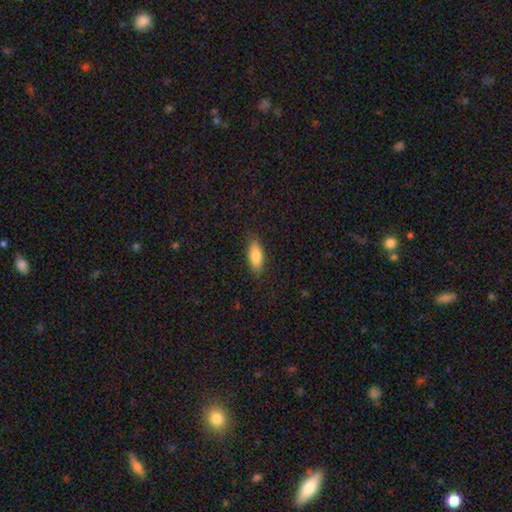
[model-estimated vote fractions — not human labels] smooth-or-featured: smooth: 84% | featured or disk: 10% | star or artifact: 6%
  how-rounded: in between: 79% | cigar-shaped: 19% | round: 2%
  merging: none: 85% | minor disturbance: 11% | major disturbance: 3% | merger: 1%